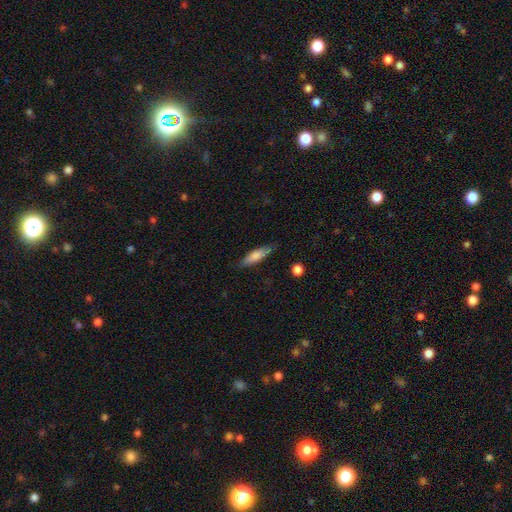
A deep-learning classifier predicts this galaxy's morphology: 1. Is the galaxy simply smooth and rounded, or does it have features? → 73% smooth, 21% featured or disk, 6% star or artifact.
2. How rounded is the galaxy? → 60% cigar-shaped, 38% in between, 2% round.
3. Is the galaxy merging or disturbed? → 79% none, 16% minor disturbance, 3% major disturbance, 2% merger.